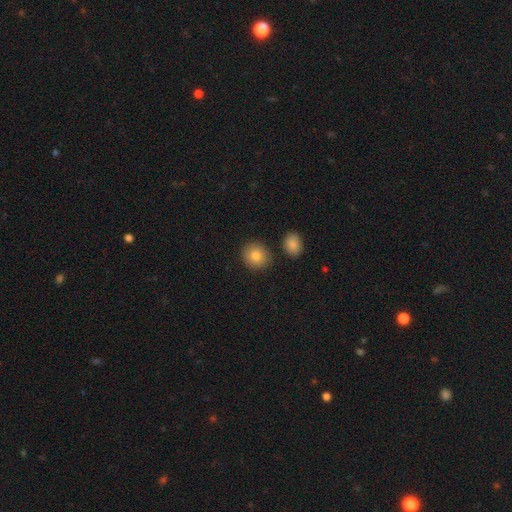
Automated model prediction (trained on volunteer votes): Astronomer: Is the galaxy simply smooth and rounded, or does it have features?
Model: smooth — 84%.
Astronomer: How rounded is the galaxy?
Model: round — 80%.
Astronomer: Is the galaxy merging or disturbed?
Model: none — 84%.